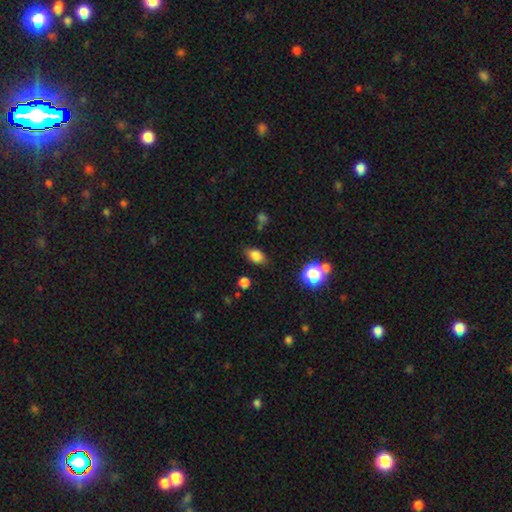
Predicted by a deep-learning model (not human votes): This is clearly a smooth galaxy (82%). How rounded: clearly in between (84%). Merging: clearly none (83%).